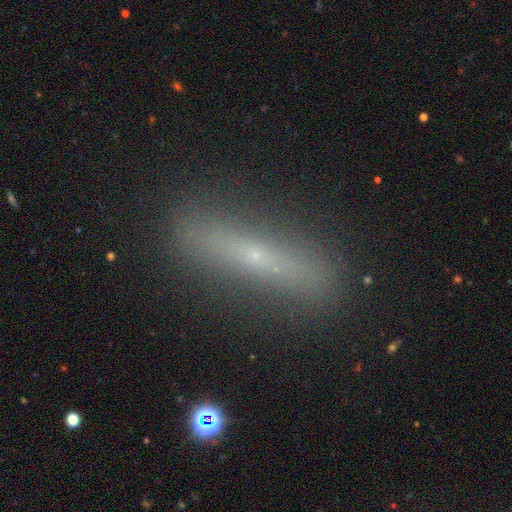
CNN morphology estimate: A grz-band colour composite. It shows a featured or disk galaxy (55%) viewed edge-on (84%). Merging: none (86%).